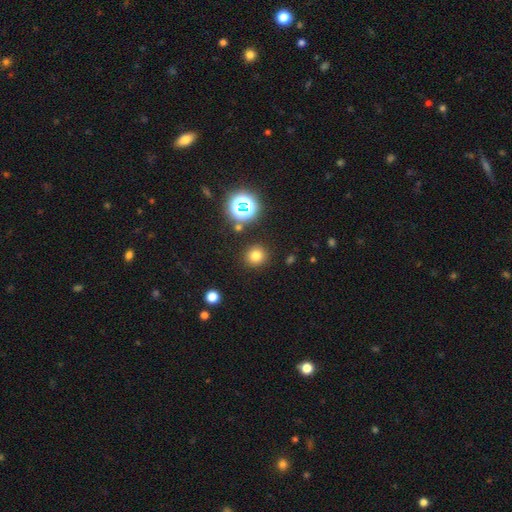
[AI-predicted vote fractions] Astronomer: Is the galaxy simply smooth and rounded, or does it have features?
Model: smooth — 74%.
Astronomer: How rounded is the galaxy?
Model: round — 91%.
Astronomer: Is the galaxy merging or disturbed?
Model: none — 89%.